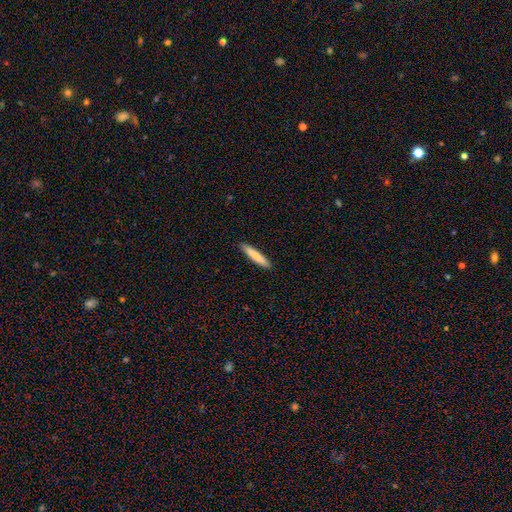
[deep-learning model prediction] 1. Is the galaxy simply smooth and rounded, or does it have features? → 81% smooth, 13% featured or disk, 5% star or artifact.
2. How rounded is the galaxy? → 91% cigar-shaped, 8% in between, 1% round.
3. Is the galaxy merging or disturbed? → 91% none, 7% minor disturbance, 1% major disturbance, 1% merger.